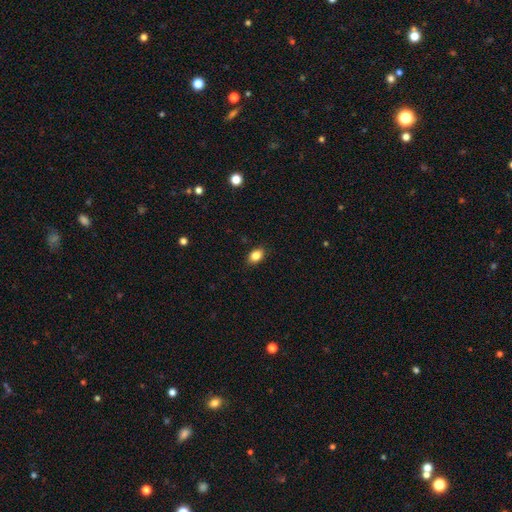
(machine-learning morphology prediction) This appears to be a smooth galaxy with no disk features (85%) that is in between round and cigar-shaped (82%). Merging: none (88%).